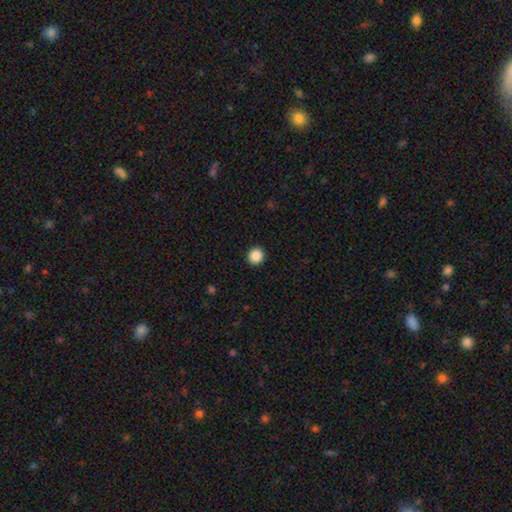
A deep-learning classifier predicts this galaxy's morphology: type=smooth (88%); roundness=round (91%); merging=none (93%).